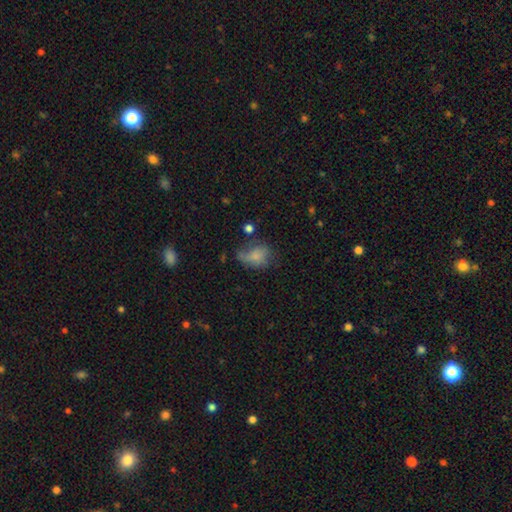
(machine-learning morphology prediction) type=smooth (67%); roundness=in between (70%); merging=none (34%).